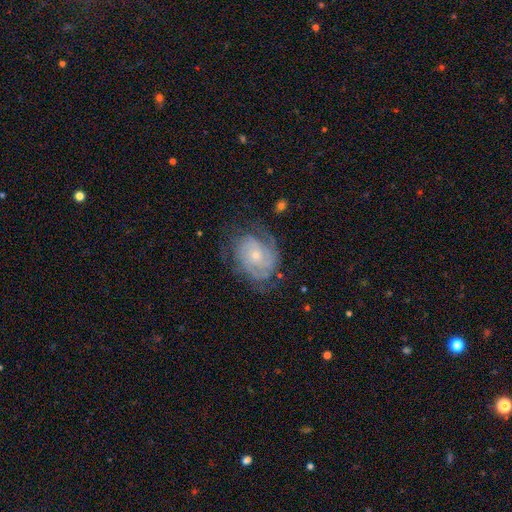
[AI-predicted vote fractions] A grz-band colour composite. It shows a featured or disk galaxy (82%) with no bar (74%), 2 (43%) tight (67%) spiral arms (94%) and a small central bulge (63%). Merging: none (69%).